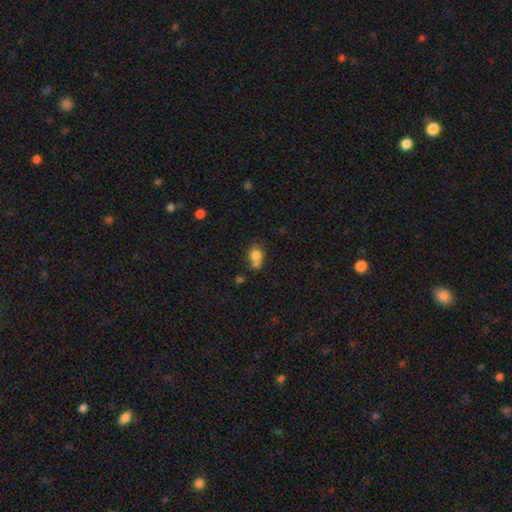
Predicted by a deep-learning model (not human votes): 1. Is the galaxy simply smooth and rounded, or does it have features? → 76% smooth, 13% featured or disk, 12% star or artifact.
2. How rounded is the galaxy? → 56% round, 43% in between, 2% cigar-shaped.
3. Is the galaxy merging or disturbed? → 49% merger, 32% none, 13% minor disturbance, 6% major disturbance.